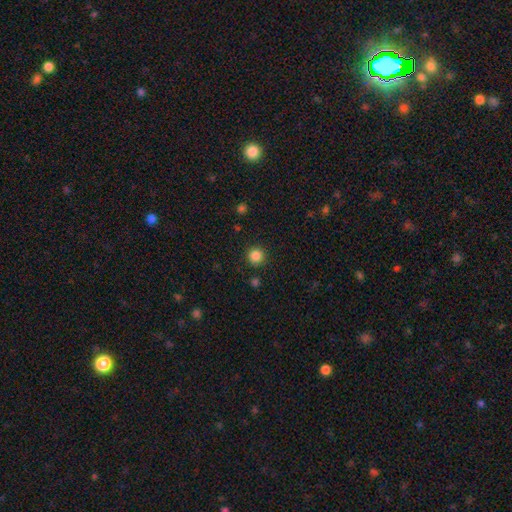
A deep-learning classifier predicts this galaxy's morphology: The model was most divided on "smooth or featured": smooth: 84%, star or artifact: 12%, featured or disk: 4%. More confident: how rounded — round (95%); merging — none (91%).